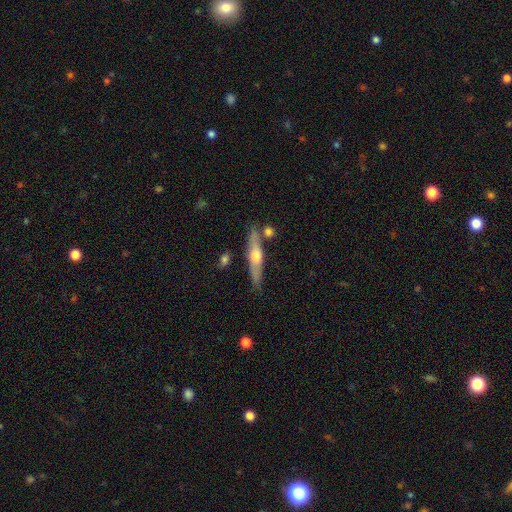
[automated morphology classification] This is likely a featured or disk galaxy (63%). It is clearly viewed edge-on (94%). Edge-on bulge: clearly rounded (90%). Merging: clearly none (81%).